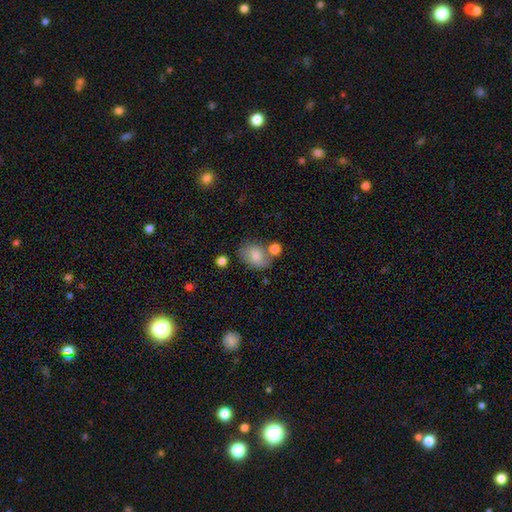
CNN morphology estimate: The model was most divided on "how rounded": in between: 67%, round: 32%, cigar-shaped: 1%. More confident: smooth or featured — smooth (75%); merging — none (57%).